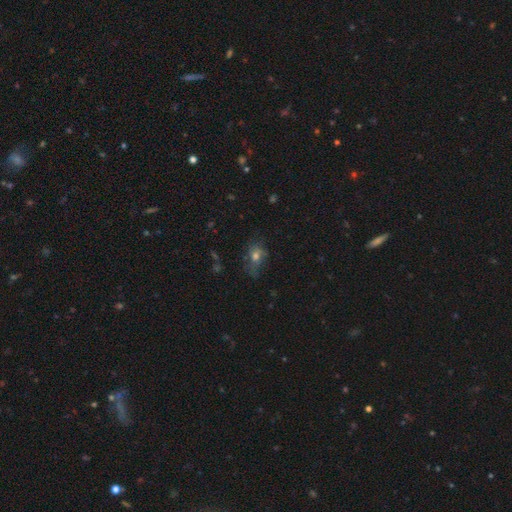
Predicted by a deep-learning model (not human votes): smooth 59%, featured or disk 22%, star or artifact 19%. Down the decision tree: how rounded — in between (58%); merging — none (55%).